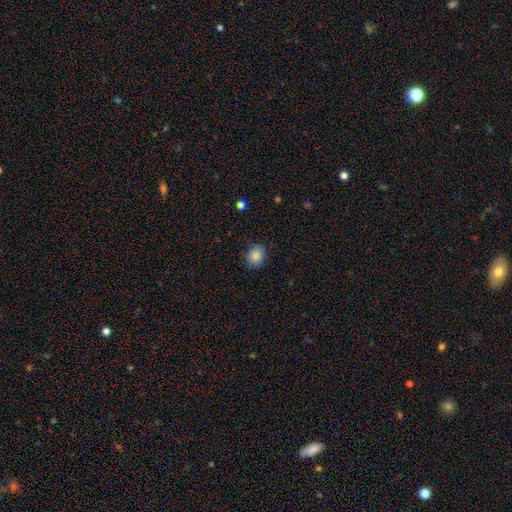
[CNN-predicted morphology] Overall: smooth (87%). How rounded: round (66%; in between 33%). Merging: none (84%).